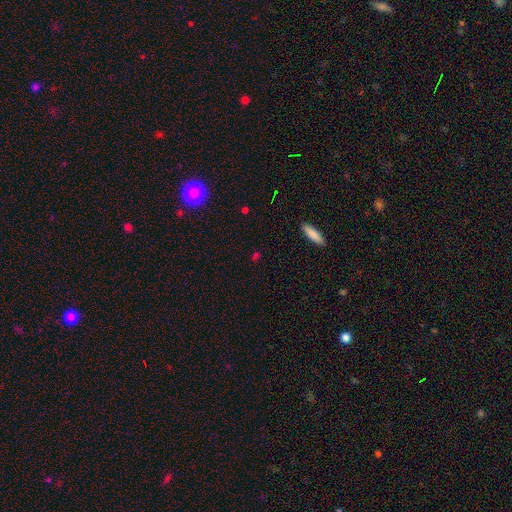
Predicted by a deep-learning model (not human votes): Overall: smooth (56%; star or artifact 35%). How rounded: in between (40%; round 32%). Merging: none (84%).